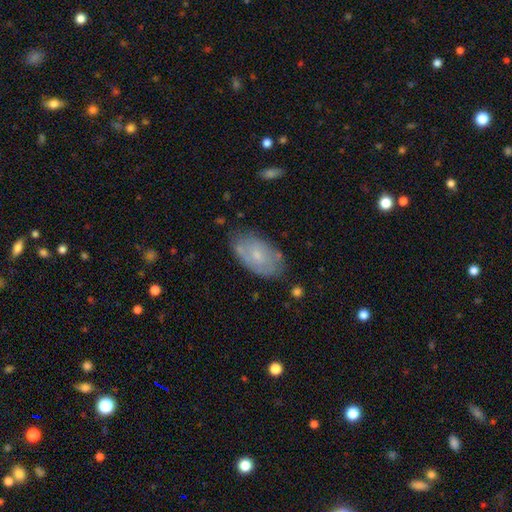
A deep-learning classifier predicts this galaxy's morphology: A featured or disk galaxy (48%).

Vote fractions:
- Smooth or featured? featured or disk: 48% / smooth: 44% / star or artifact: 7%
- Merging? none: 72% / minor disturbance: 21% / major disturbance: 5% / merger: 2%